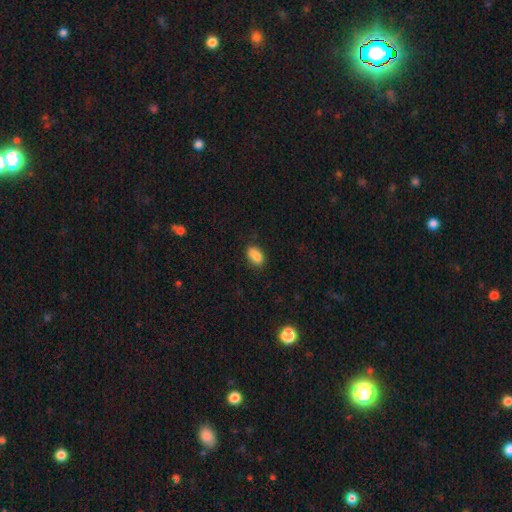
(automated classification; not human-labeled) The model was most divided on "merging": none: 62%, minor disturbance: 19%, merger: 14%, major disturbance: 5%. More confident: how rounded — in between (83%); smooth or featured — smooth (82%).